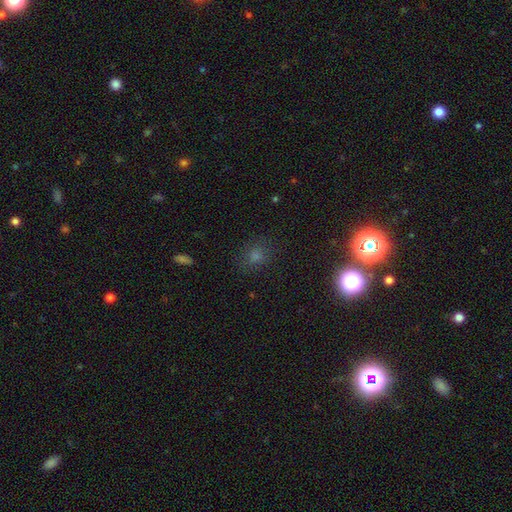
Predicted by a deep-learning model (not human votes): The model was most divided on "smooth or featured": smooth: 60%, star or artifact: 31%, featured or disk: 8%. More confident: merging — none (81%); how rounded — round (70%).